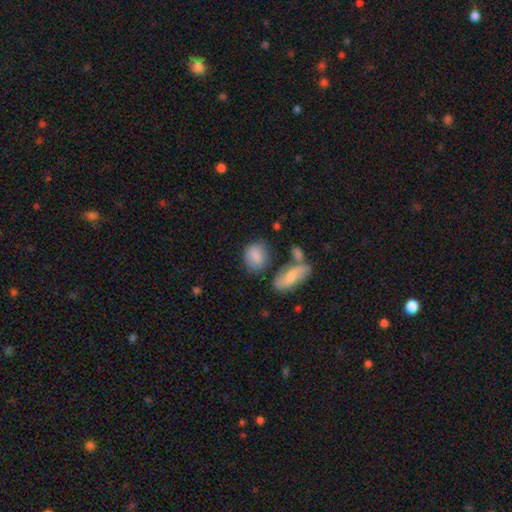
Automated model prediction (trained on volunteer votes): Morphology: type=smooth (83%); roundness=in between (65%); merging=none (60%).